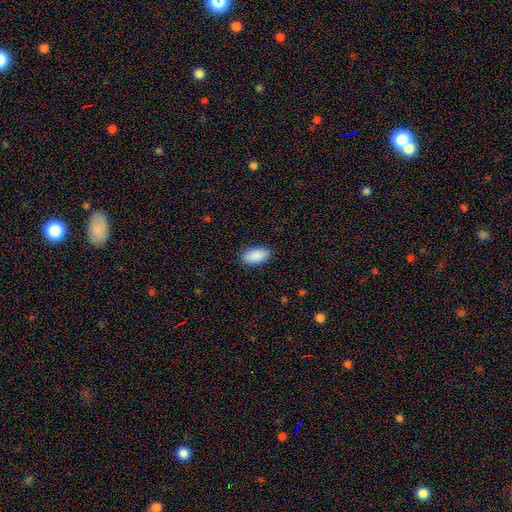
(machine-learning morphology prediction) Q: Smooth or featured?
A: smooth (91%); runner-up: star or artifact (6%)
Q: How rounded?
A: in between (94%); runner-up: cigar-shaped (3%)
Q: Merging?
A: none (89%); runner-up: minor disturbance (8%)